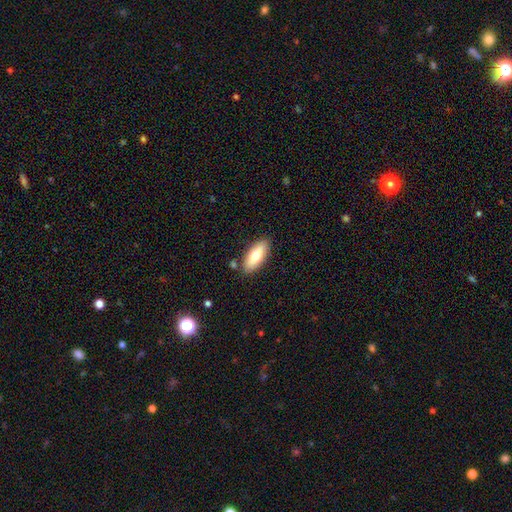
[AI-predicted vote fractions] smooth-or-featured: smooth: 73% | featured or disk: 21% | star or artifact: 6%
  how-rounded: in between: 79% | cigar-shaped: 19% | round: 2%
  merging: none: 84% | minor disturbance: 10% | merger: 4% | major disturbance: 2%